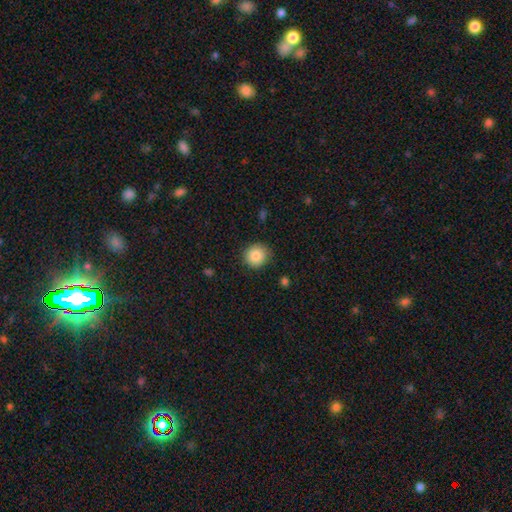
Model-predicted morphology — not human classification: A smooth galaxy with no disk features (85%) that is round (90%). Merging: none (87%).